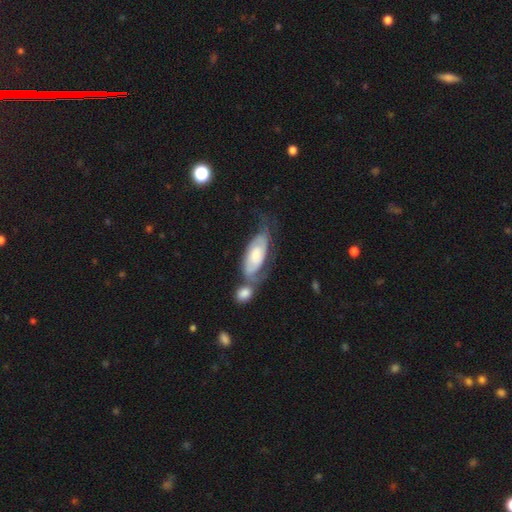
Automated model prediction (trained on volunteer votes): This appears to be a featured or disk galaxy (54%). Merging: merger (39%).